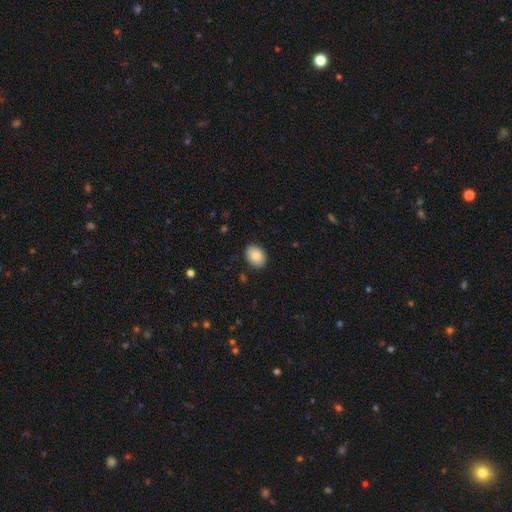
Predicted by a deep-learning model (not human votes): Morphology: type=smooth (83%); roundness=in between (81%); merging=none (88%).